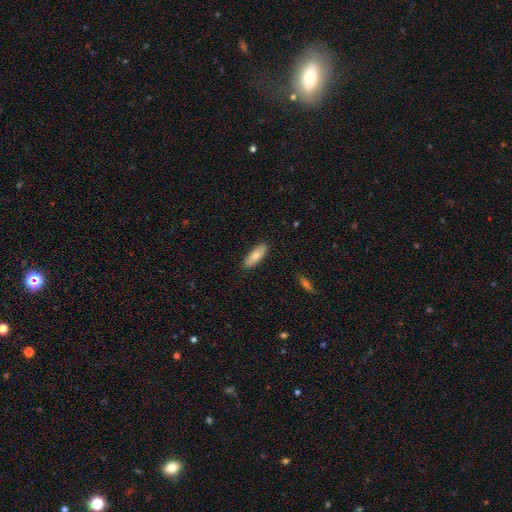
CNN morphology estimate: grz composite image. It shows a smooth galaxy with no disk features (71%) that is in between round and cigar-shaped (58%). Merging: none (89%).